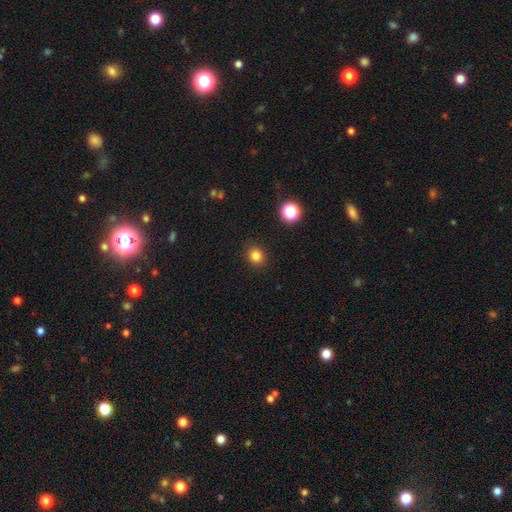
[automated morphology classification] A smooth galaxy with no disk features (83%) that is round (79%). Merging: none (90%).